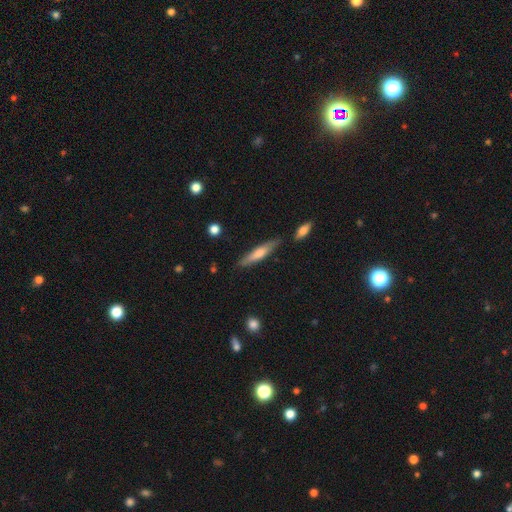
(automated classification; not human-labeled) This appears to be a smooth galaxy with no disk features (49%). Merging: none (82%).